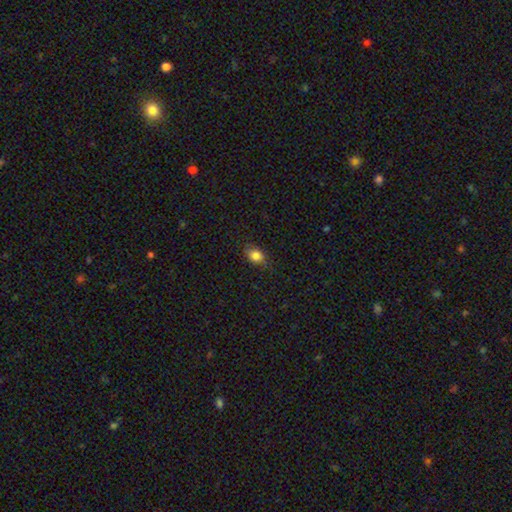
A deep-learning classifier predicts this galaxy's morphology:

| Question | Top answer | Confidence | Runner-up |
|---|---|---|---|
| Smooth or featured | smooth | 81% | star or artifact (10%) |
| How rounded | in between | 67% | round (31%) |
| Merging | none | 76% | minor disturbance (19%) |